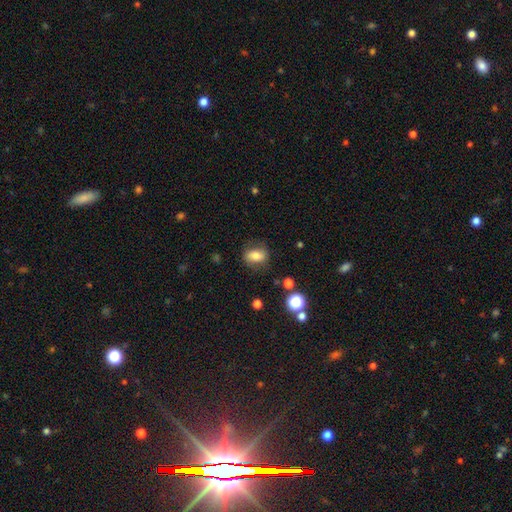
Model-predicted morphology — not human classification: Smooth or featured? Predicted: smooth (p=0.72). How rounded? Predicted: in between (p=0.70). Merging? Predicted: none (p=0.76).